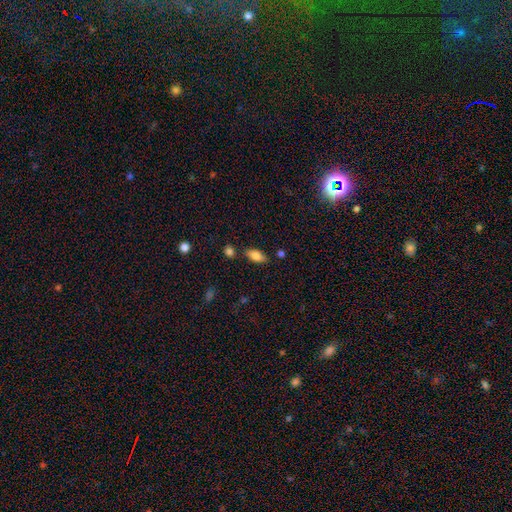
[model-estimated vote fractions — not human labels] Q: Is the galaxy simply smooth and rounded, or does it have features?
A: smooth — 83%.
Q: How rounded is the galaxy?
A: in between — 89%.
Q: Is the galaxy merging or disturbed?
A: none — 78%.